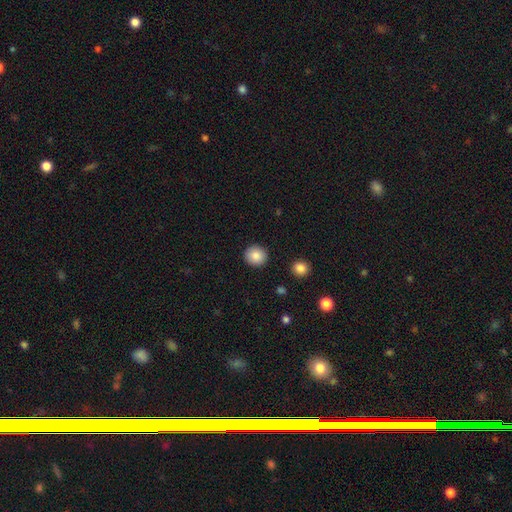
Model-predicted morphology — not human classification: Smooth or featured? Predicted: smooth (p=0.87). How rounded? Predicted: round (p=0.90). Merging? Predicted: none (p=0.91).